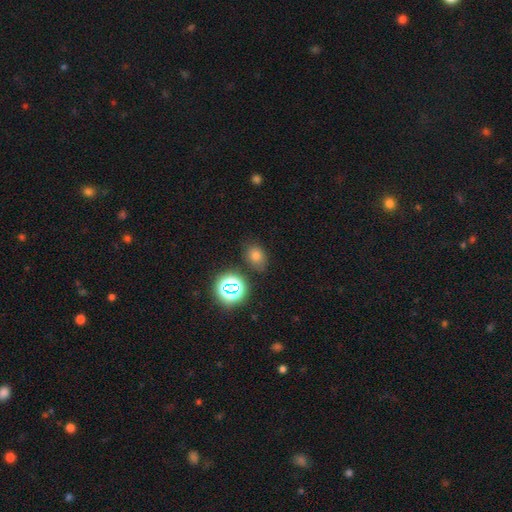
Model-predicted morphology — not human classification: Smooth or featured?
  - smooth: 69% *
  - star or artifact: 23%
  - featured or disk: 9%
How rounded?
  - in between: 60% *
  - round: 39%
  - cigar-shaped: 1%
Merging?
  - none: 79% *
  - minor disturbance: 14%
  - merger: 4%
  - major disturbance: 4%